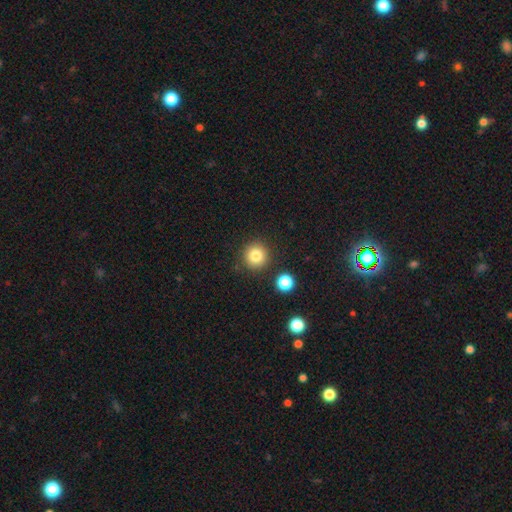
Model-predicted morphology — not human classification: Smooth or featured? Predicted: smooth (p=0.81). How rounded? Predicted: round (p=0.94). Merging? Predicted: none (p=0.87).